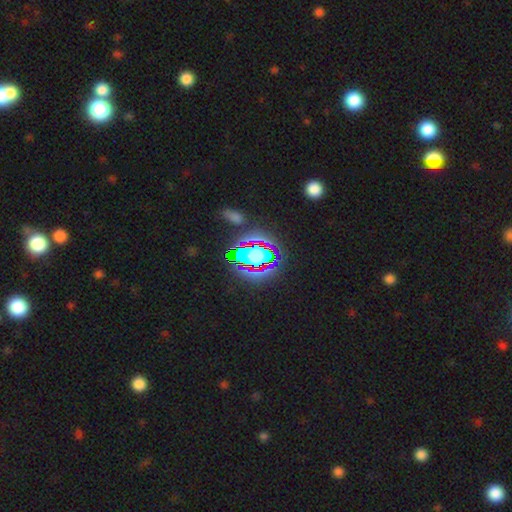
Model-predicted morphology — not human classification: A star or artifact, not a galaxy (53%).

Vote fractions:
- Smooth or featured? star or artifact: 53% / smooth: 25% / featured or disk: 22%